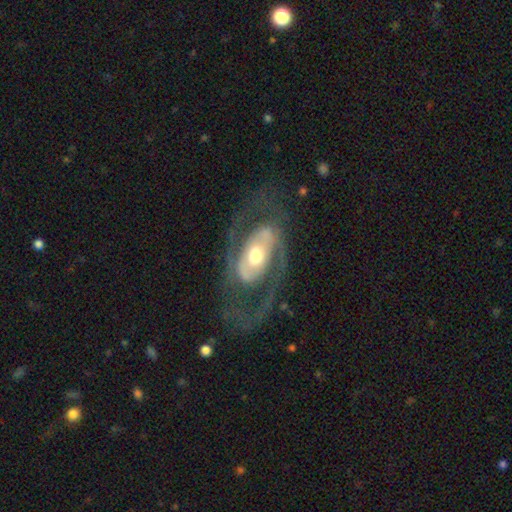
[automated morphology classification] smooth-or-featured: featured or disk: 85% | smooth: 11% | star or artifact: 4%
  disk-edge-on: no: 94% | yes: 6%
    bar: no: 49% | weak: 30% | strong: 21%
    has-spiral-arms: yes: 83% | no: 17%
      spiral-winding: medium: 49% | loose: 26% | tight: 25%
      spiral-arm-count: 2: 85% | can't tell: 6% | 1: 4% | 3: 2% | 4: 1% | more than 4: 1%
    bulge-size: moderate: 68% | large: 19% | small: 10% | dominant: 2% | none: 1%
  merging: none: 67% | major disturbance: 17% | minor disturbance: 14% | merger: 2%